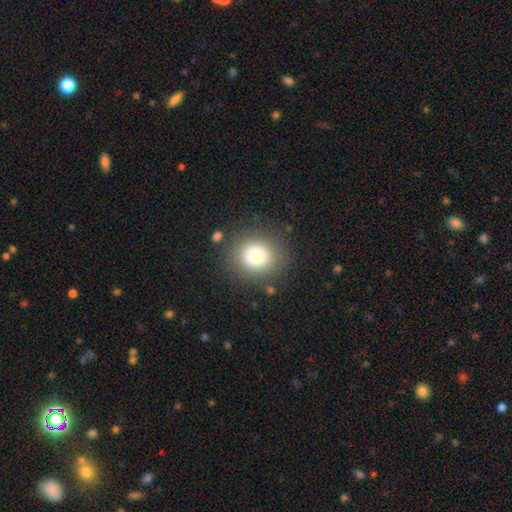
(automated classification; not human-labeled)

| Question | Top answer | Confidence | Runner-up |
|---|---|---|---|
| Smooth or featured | smooth | 76% | featured or disk (13%) |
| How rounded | round | 87% | in between (13%) |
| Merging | none | 85% | minor disturbance (9%) |